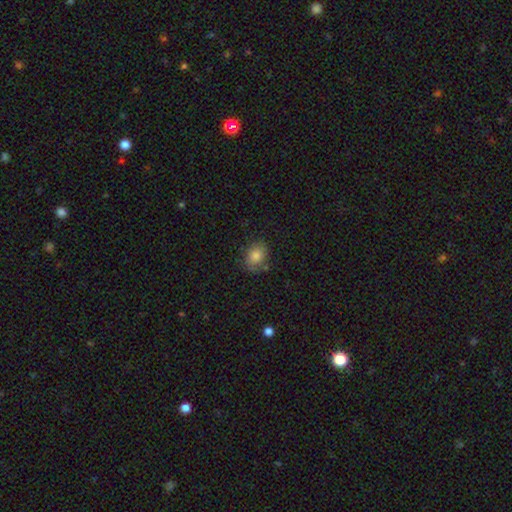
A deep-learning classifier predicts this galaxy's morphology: smooth_or_featured: smooth (p=0.78) [alt: featured or disk p=0.13]
how_rounded: in between (p=0.64) [alt: round p=0.35]
merging: none (p=0.71) [alt: minor disturbance p=0.20]